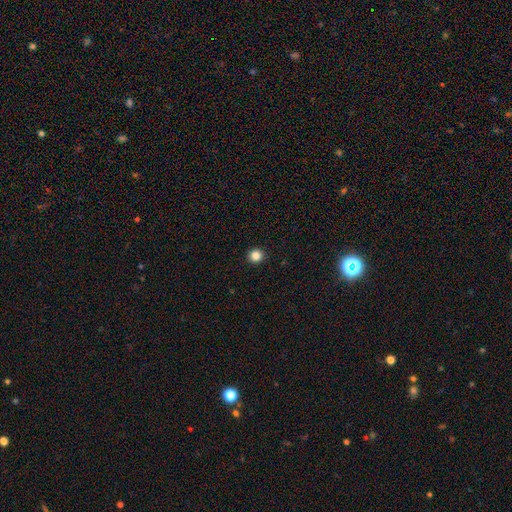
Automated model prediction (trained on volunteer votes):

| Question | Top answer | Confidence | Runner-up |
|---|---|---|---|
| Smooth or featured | smooth | 84% | star or artifact (12%) |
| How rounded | round | 94% | in between (6%) |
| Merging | none | 93% | minor disturbance (4%) |